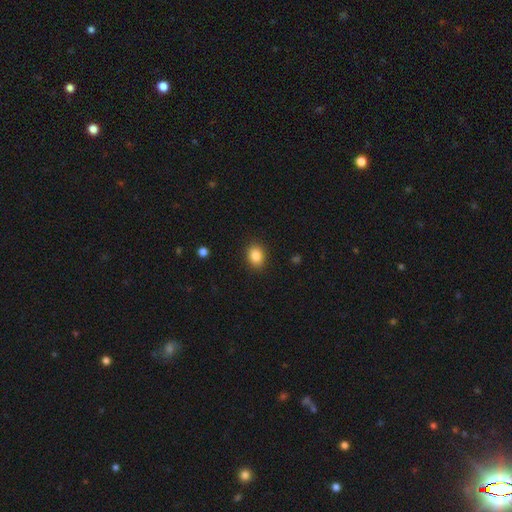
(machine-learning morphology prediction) A smooth galaxy with no disk features (86%) that is in between round and cigar-shaped (59%). Merging: none (88%).